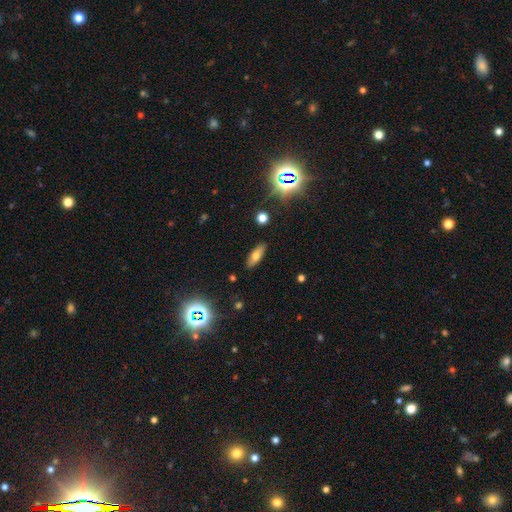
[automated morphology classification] Smooth or featured?
  - smooth: 65% *
  - featured or disk: 22%
  - star or artifact: 13%
How rounded?
  - in between: 62% *
  - cigar-shaped: 34%
  - round: 4%
Merging?
  - none: 88% *
  - minor disturbance: 9%
  - major disturbance: 2%
  - merger: 1%